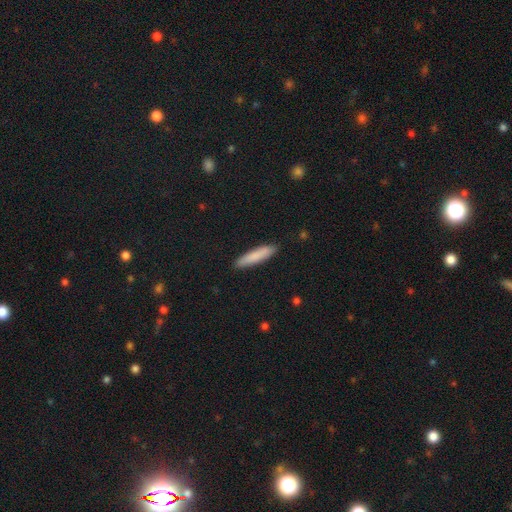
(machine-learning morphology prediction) This appears to be a smooth galaxy with no disk features (83%) that is cigar-shaped (85%). Merging: none (89%).